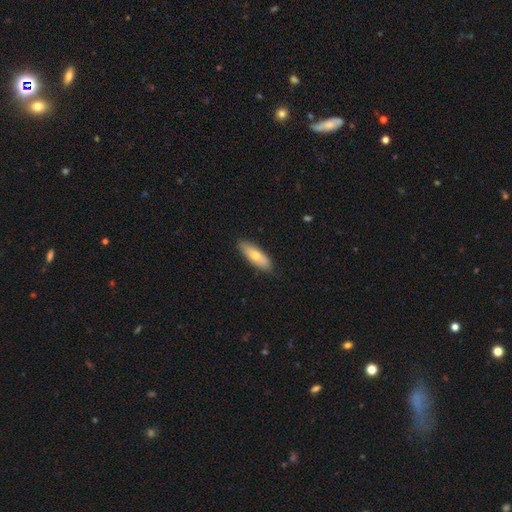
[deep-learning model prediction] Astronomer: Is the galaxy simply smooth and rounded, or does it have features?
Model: smooth — 63%.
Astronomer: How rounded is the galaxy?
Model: in between — 58% (runner-up: cigar-shaped, 40%).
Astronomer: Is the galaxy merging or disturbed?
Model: none — 87%.